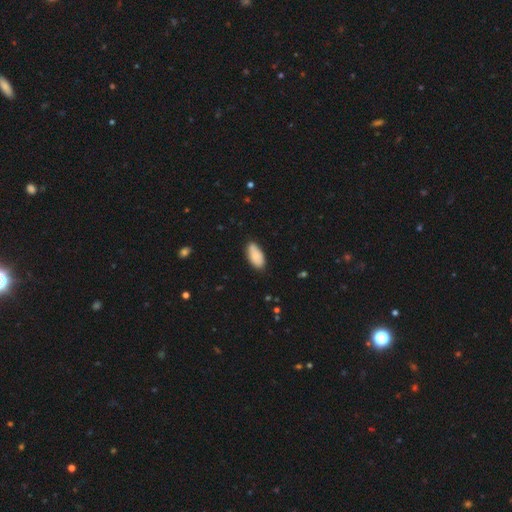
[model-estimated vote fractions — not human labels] smooth_or_featured: smooth (p=0.79) [alt: featured or disk p=0.14]
how_rounded: in between (p=0.93) [alt: cigar-shaped p=0.05]
merging: none (p=0.79) [alt: minor disturbance p=0.17]